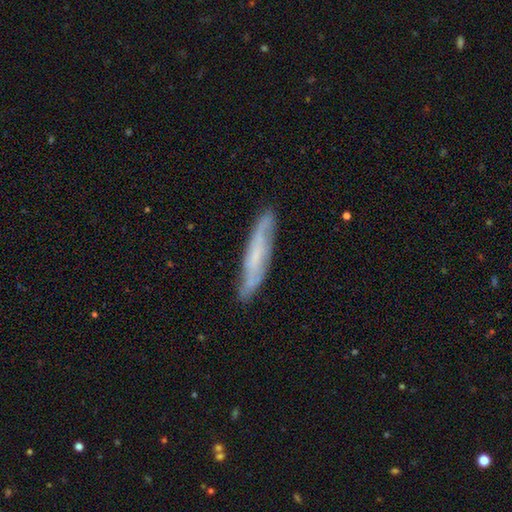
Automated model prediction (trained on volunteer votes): This is likely a featured or disk galaxy (60%). It is possibly viewed edge-on (52%). Merging: clearly none (82%).